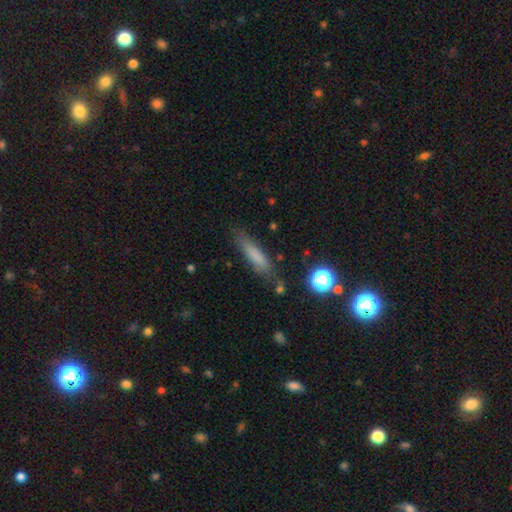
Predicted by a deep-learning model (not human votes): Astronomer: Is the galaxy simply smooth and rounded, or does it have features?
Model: smooth — 74%.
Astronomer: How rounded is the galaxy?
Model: cigar-shaped — 79%.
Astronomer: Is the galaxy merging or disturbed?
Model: none — 75%.